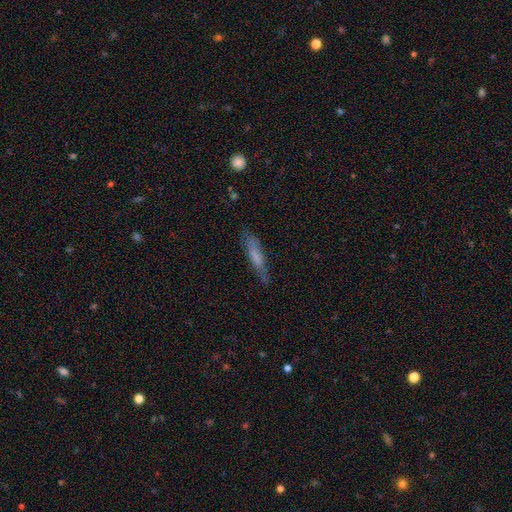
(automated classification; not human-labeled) Smooth or featured: smooth — 63% (featured or disk — 30%)
How rounded: cigar-shaped — 81% (in between — 18%)
Merging: none — 73% (minor disturbance — 20%)